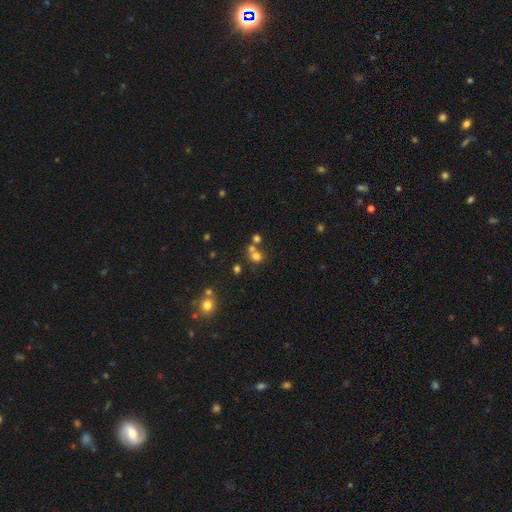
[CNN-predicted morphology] A smooth galaxy with no disk features (68%) that is round (80%). Merging: none (49%).